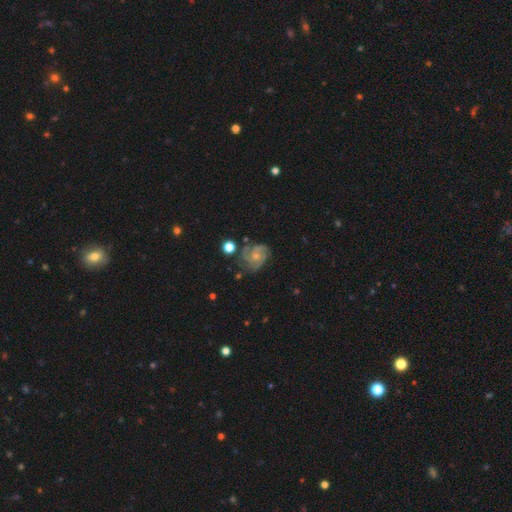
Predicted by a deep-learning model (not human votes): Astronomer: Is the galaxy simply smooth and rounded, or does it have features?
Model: featured or disk — 77%.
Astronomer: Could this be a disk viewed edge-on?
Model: no — 98%.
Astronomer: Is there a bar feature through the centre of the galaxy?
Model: no — 74%.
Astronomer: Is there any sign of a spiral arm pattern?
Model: yes — 94%.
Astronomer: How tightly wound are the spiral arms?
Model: tight — 45% (runner-up: medium, 43%).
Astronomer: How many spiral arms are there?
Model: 3 — 39% (runner-up: can't tell, 20%).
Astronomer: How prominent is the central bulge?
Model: small — 60%.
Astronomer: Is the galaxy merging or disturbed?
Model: none — 62%.